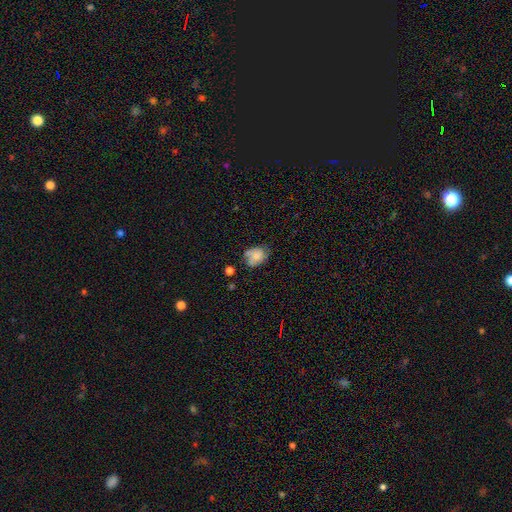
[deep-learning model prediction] This is likely a smooth galaxy (65%). How rounded: possibly in between (56%). Merging: possibly none (46%).